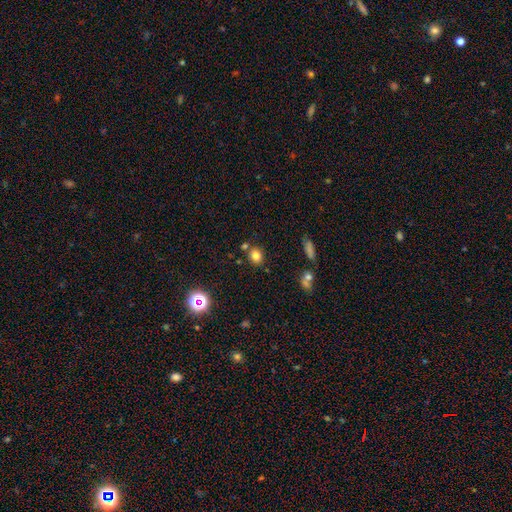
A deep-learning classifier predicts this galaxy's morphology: Overall: smooth (78%). How rounded: round (73%). Merging: none (76%).